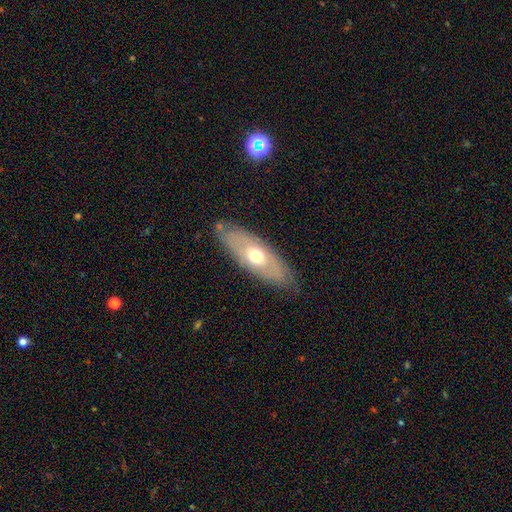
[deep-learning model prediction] Q: Smooth or featured?
A: featured or disk (52%); runner-up: smooth (40%)
Q: Edge-on disk?
A: no (66%); runner-up: yes (34%)
Q: Merging?
A: none (85%); runner-up: minor disturbance (11%)